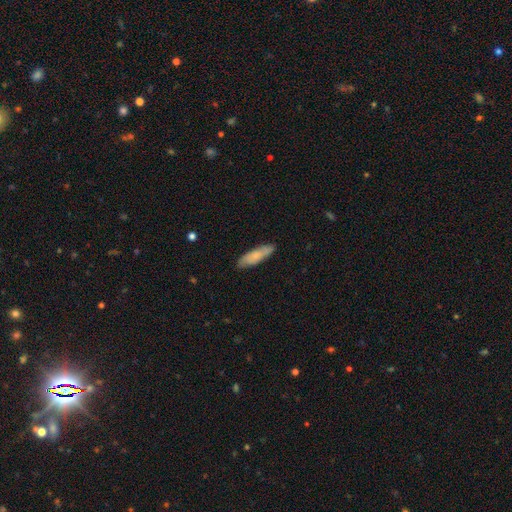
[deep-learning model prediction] The model was most divided on "how rounded": cigar-shaped: 62%, in between: 37%, round: 1%. More confident: merging — none (84%); smooth or featured — smooth (74%).